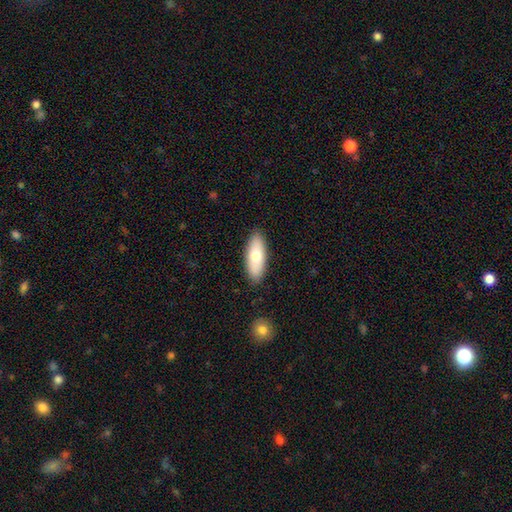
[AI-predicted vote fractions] smooth_or_featured: smooth (p=0.72) [alt: featured or disk p=0.22]
how_rounded: in between (p=0.79) [alt: cigar-shaped p=0.19]
merging: none (p=0.87) [alt: minor disturbance p=0.09]